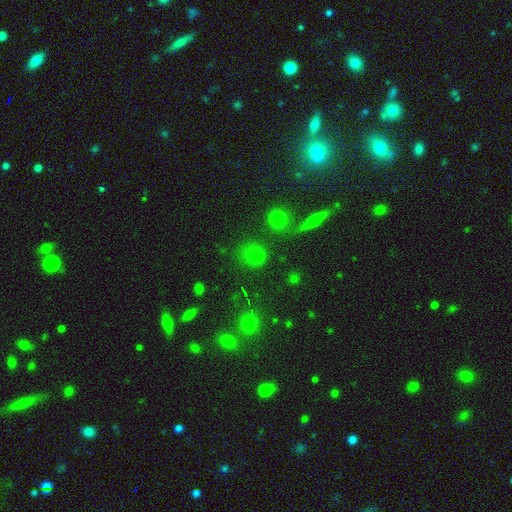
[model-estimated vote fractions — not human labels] Morphology: type=smooth (72%); roundness=round (89%); merging=none (76%).